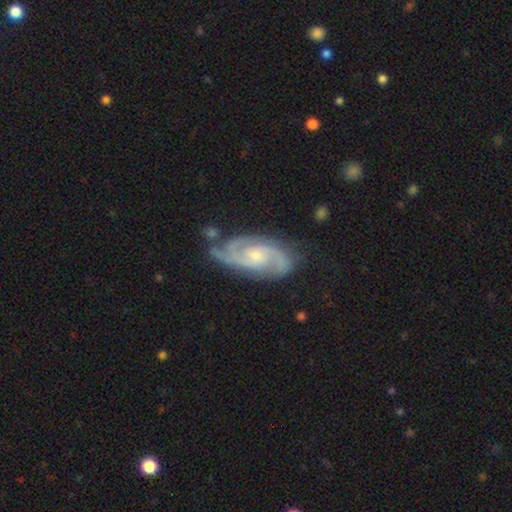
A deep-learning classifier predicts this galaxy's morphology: A featured or disk galaxy (91%) with no bar (62%), 2 (53%) tight (49%) spiral arms (98%) and a small central bulge (63%). Merging: none (68%).